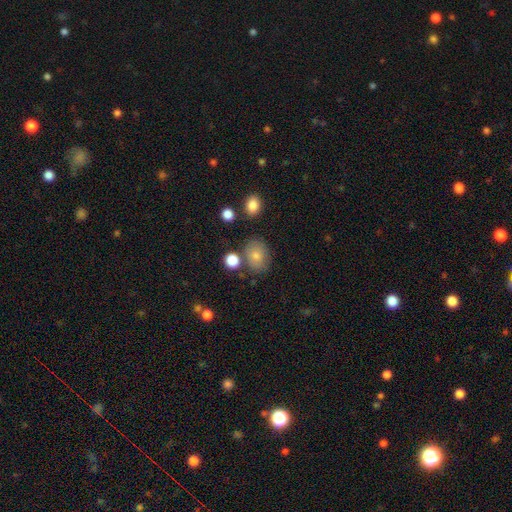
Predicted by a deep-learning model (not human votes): This is likely a smooth galaxy (78%). How rounded: possibly in between (55%). Merging: likely none (72%).